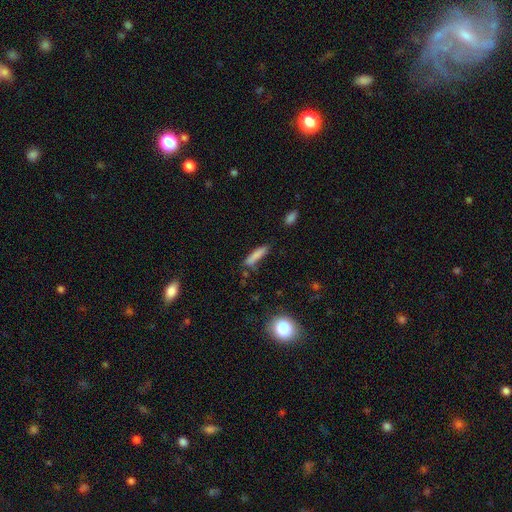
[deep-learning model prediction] Smooth or featured? smooth (80%)
How rounded? cigar-shaped (82%)
Merging? none (69%)